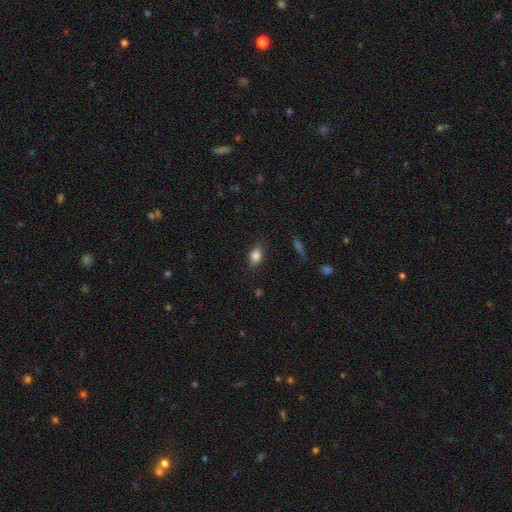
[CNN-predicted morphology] This is clearly a smooth galaxy (85%). How rounded: clearly in between (84%). Merging: clearly none (84%).